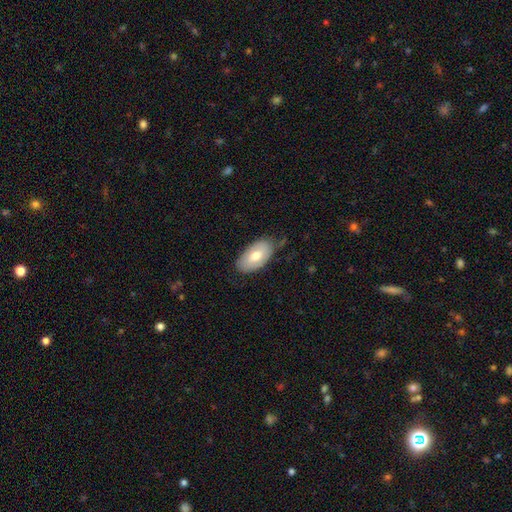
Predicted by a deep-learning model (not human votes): This appears to be a smooth galaxy with no disk features (68%) that is in between round and cigar-shaped (95%). Merging: none (73%).